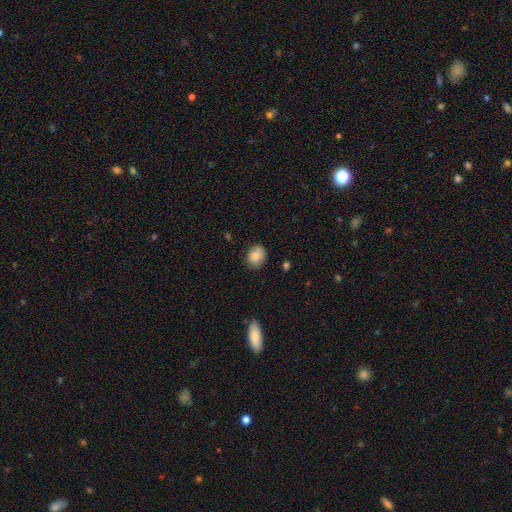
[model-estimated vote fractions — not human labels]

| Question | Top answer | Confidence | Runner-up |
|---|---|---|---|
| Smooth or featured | smooth | 86% | star or artifact (8%) |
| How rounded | round | 60% | in between (39%) |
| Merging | none | 79% | minor disturbance (16%) |